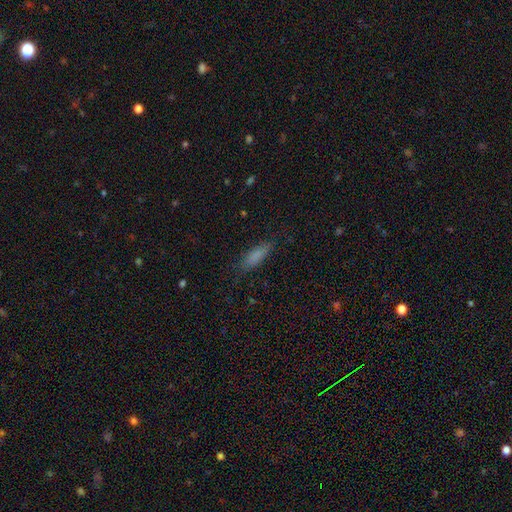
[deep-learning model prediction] Q: Smooth or featured?
A: smooth (79%); runner-up: featured or disk (12%)
Q: How rounded?
A: cigar-shaped (53%); runner-up: in between (45%)
Q: Merging?
A: none (79%); runner-up: minor disturbance (15%)